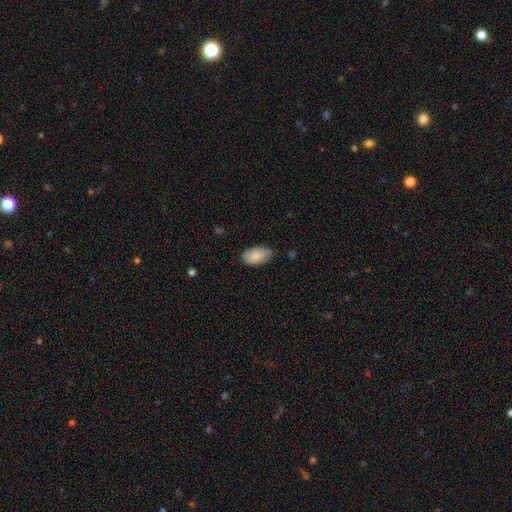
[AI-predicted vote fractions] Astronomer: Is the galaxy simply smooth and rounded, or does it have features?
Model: smooth — 87%.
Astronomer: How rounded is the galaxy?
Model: in between — 94%.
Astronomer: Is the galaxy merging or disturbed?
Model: none — 74%.